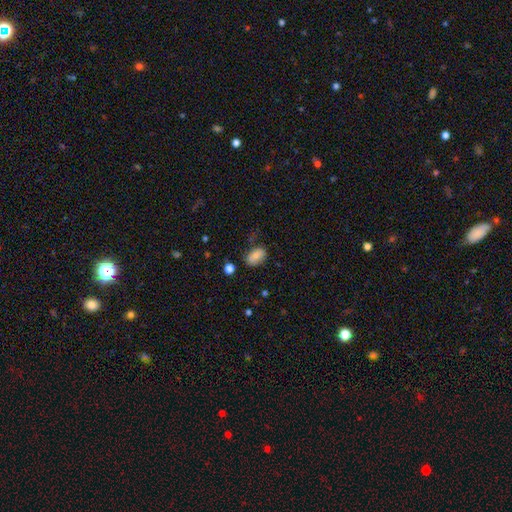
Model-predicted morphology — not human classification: This appears to be a smooth galaxy with no disk features (79%) that is in between round and cigar-shaped (89%). Merging: none (68%).